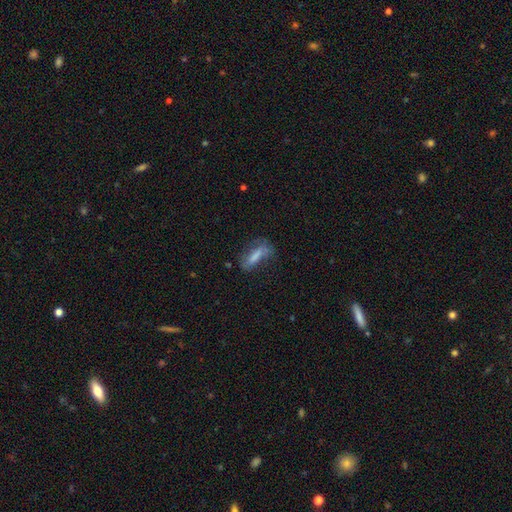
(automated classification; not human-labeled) This is likely a smooth galaxy (64%). How rounded: possibly cigar-shaped (51%). Merging: possibly none (51%).